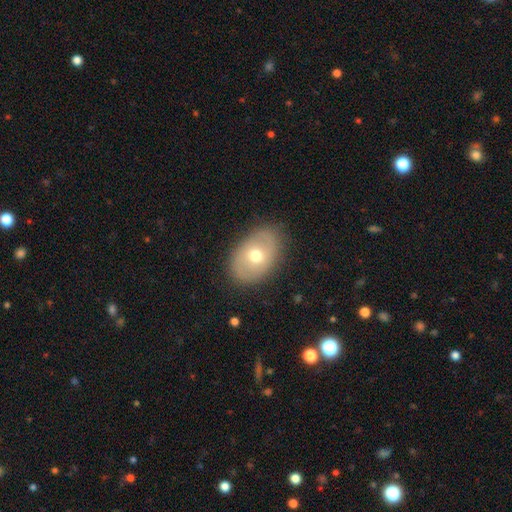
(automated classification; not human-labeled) Smooth or featured?
  - smooth: 56% *
  - featured or disk: 37%
  - star or artifact: 8%
How rounded?
  - in between: 80% *
  - round: 19%
  - cigar-shaped: 1%
Merging?
  - none: 82% *
  - minor disturbance: 13%
  - major disturbance: 4%
  - merger: 1%